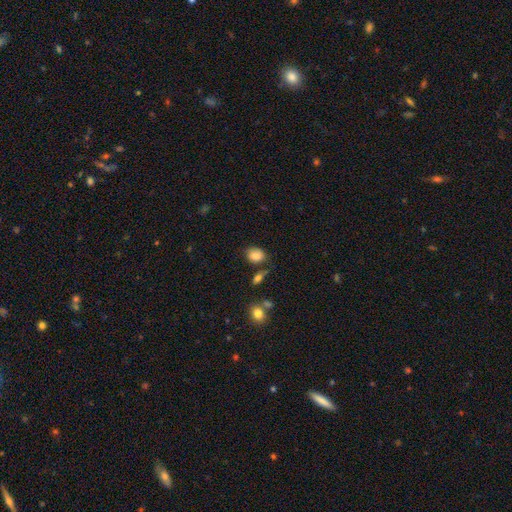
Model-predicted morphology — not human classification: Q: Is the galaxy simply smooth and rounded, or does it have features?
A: smooth — 84%.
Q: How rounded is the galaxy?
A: in between — 58%.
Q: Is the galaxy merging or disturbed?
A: none — 67%.